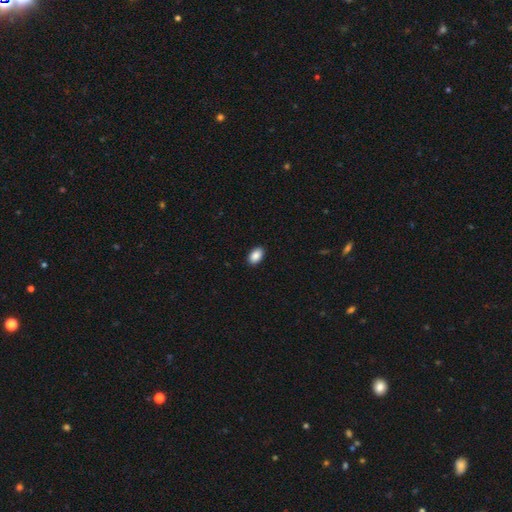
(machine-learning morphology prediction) Smooth or featured? Predicted: smooth (p=0.90). How rounded? Predicted: in between (p=0.90). Merging? Predicted: none (p=0.90).